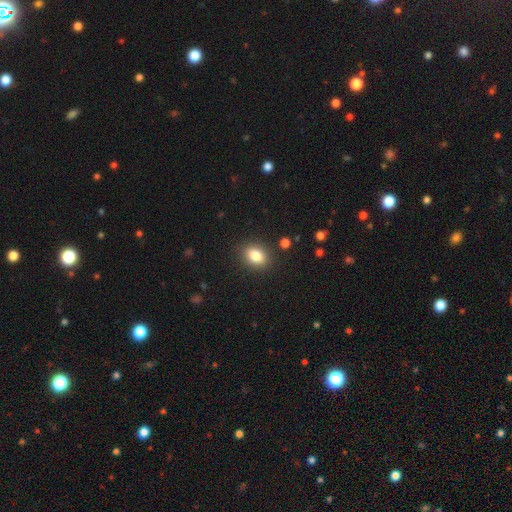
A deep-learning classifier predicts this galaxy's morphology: A smooth galaxy with no disk features (83%) that is in between round and cigar-shaped (67%).

Vote fractions:
- Smooth or featured? smooth: 83% / star or artifact: 10% / featured or disk: 7%
- How rounded? in between: 67% / round: 32% / cigar-shaped: 1%
- Merging? none: 88% / minor disturbance: 8% / major disturbance: 2% / merger: 2%